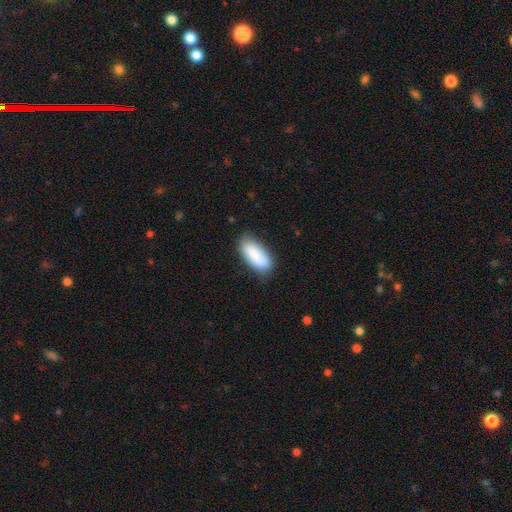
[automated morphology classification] A smooth galaxy with no disk features (87%) that is in between round and cigar-shaped (81%). Merging: none (79%).